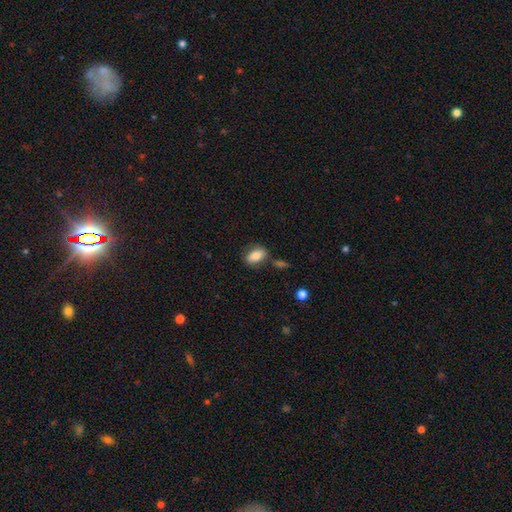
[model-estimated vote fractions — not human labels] Overall: smooth (78%). How rounded: in between (85%). Merging: none (66%).